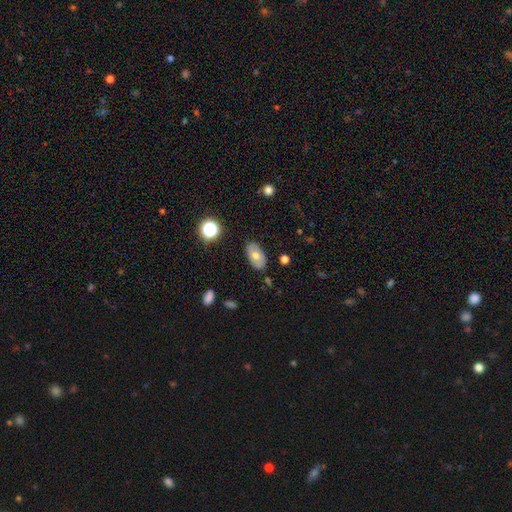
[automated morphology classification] A smooth galaxy with no disk features (58%) that is in between round and cigar-shaped (92%). Merging: none (83%).